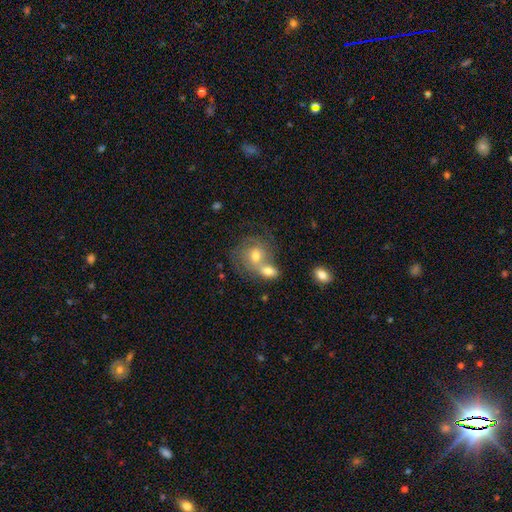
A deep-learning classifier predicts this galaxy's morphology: A smooth galaxy with no disk features (49%). Merging: merger (55%).